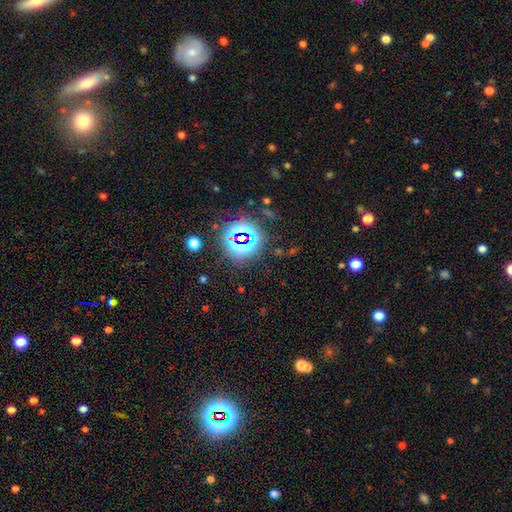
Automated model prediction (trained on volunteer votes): A star or artifact, not a galaxy (82%).

Vote fractions:
- Smooth or featured? star or artifact: 82% / smooth: 10% / featured or disk: 8%